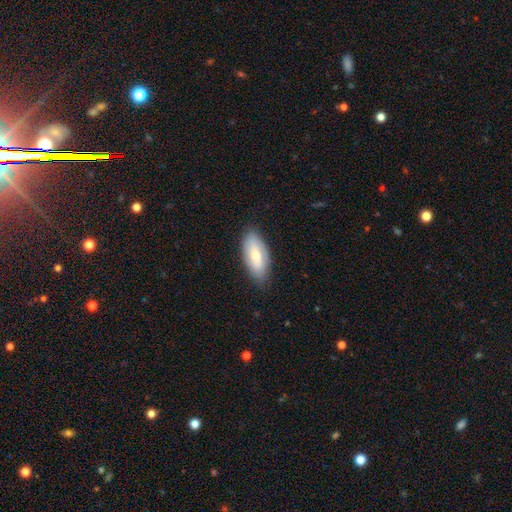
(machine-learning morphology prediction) type=smooth (65%); roundness=in between (89%); merging=none (82%).